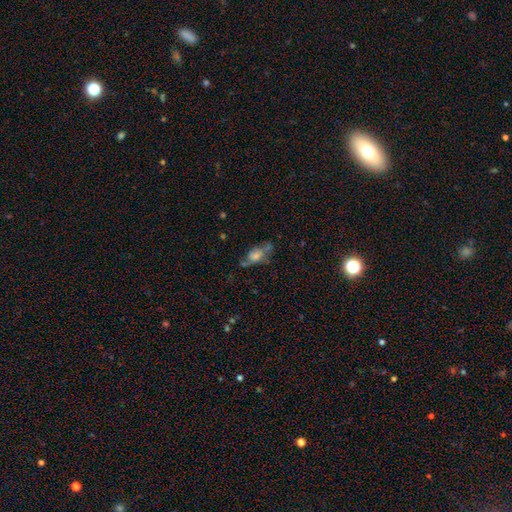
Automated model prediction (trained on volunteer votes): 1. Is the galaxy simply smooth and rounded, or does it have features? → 56% smooth, 33% featured or disk, 12% star or artifact.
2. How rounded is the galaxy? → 79% in between, 12% cigar-shaped, 9% round.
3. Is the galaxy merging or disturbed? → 40% none, 27% minor disturbance, 20% major disturbance, 13% merger.